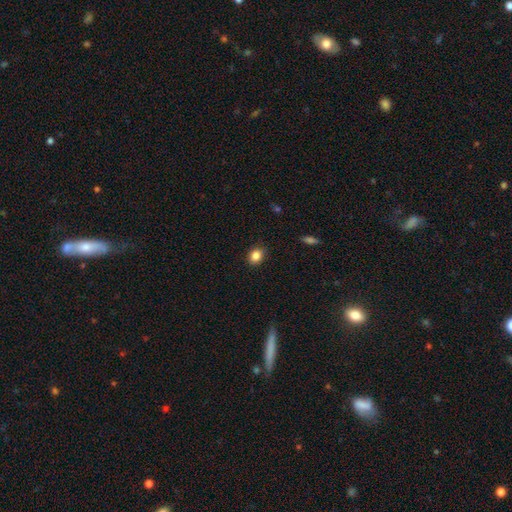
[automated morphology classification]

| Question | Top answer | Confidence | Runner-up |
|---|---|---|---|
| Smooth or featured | smooth | 85% | star or artifact (10%) |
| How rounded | round | 50% | in between (49%) |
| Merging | none | 89% | minor disturbance (8%) |